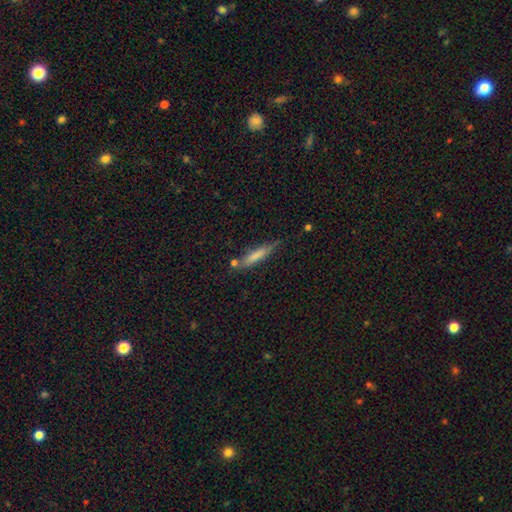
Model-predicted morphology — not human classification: Smooth or featured? smooth (71%)
How rounded? cigar-shaped (88%)
Merging? none (68%)